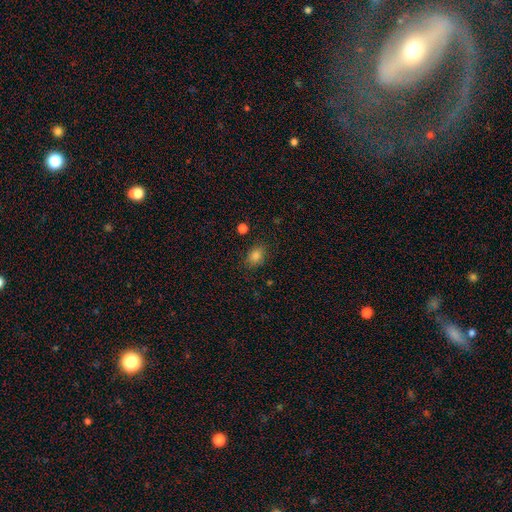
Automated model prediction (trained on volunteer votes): smooth 83%, star or artifact 11%, featured or disk 5%. Down the decision tree: how rounded — in between (63%); merging — none (83%).